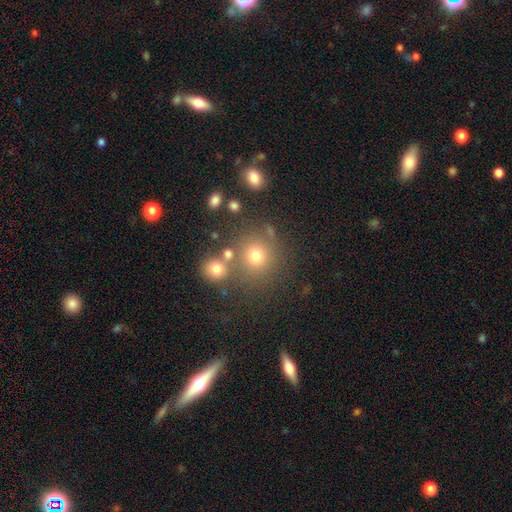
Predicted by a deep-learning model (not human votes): smooth 71%, star or artifact 19%, featured or disk 10%. Down the decision tree: how rounded — round (88%); merging — none (71%).